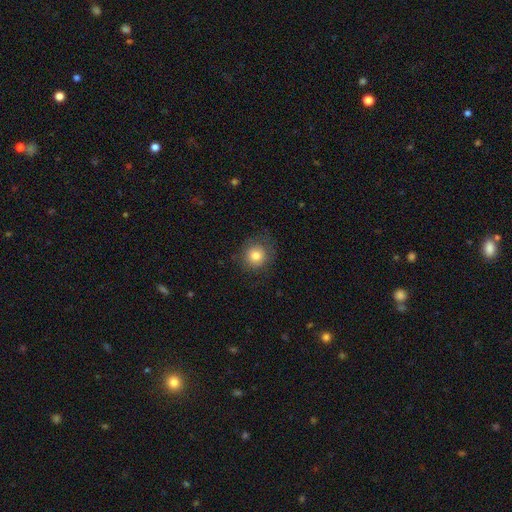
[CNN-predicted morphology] Smooth or featured?
  - smooth: 80% *
  - featured or disk: 10%
  - star or artifact: 10%
How rounded?
  - round: 89% *
  - in between: 10%
  - cigar-shaped: 1%
Merging?
  - none: 79% *
  - minor disturbance: 14%
  - major disturbance: 6%
  - merger: 1%